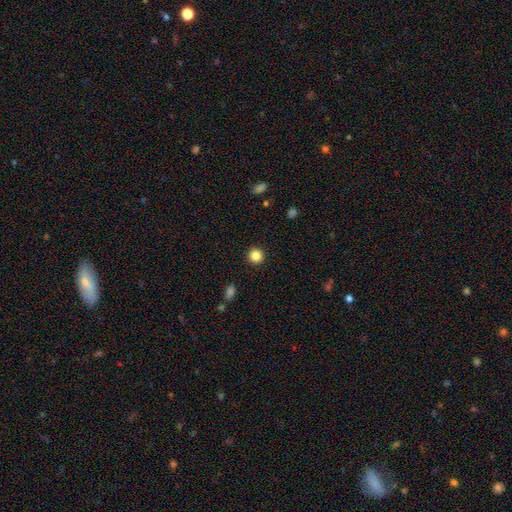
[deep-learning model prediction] Smooth or featured: smooth — 85% (star or artifact — 11%)
How rounded: round — 95% (in between — 4%)
Merging: none — 93% (minor disturbance — 5%)